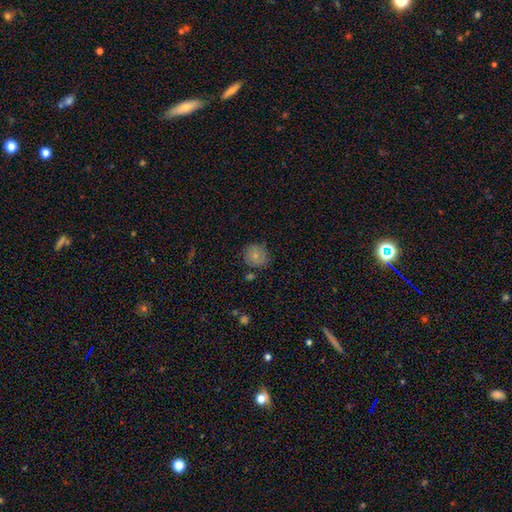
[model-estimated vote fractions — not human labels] A smooth galaxy with no disk features (75%) that is round (81%). Merging: none (77%).